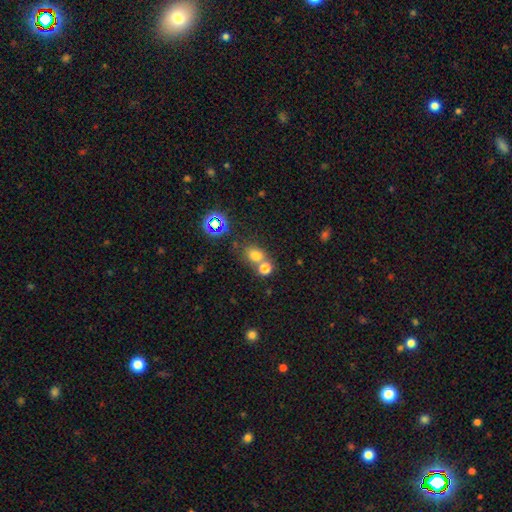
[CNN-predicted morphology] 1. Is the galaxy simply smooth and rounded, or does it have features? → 70% smooth, 21% star or artifact, 9% featured or disk.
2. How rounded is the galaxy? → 62% round, 37% in between, 1% cigar-shaped.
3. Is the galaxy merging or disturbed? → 55% none, 31% merger, 10% minor disturbance, 4% major disturbance.